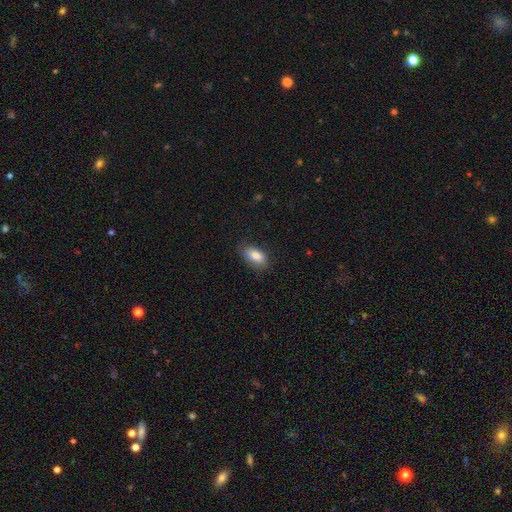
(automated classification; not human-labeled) Morphology: type=smooth (83%); roundness=in between (91%); merging=none (77%).